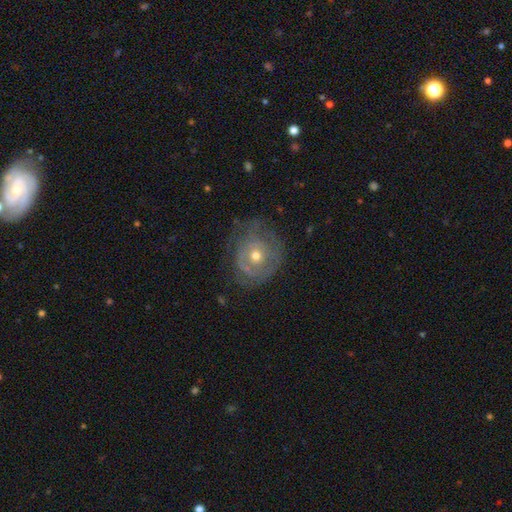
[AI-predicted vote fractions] The model was most divided on "spiral arms": yes: 53%, no: 47%. More confident: edge-on disk — no (96%); bar — no (84%); smooth or featured — featured or disk (61%); bulge size — moderate (60%); merging — none (54%).